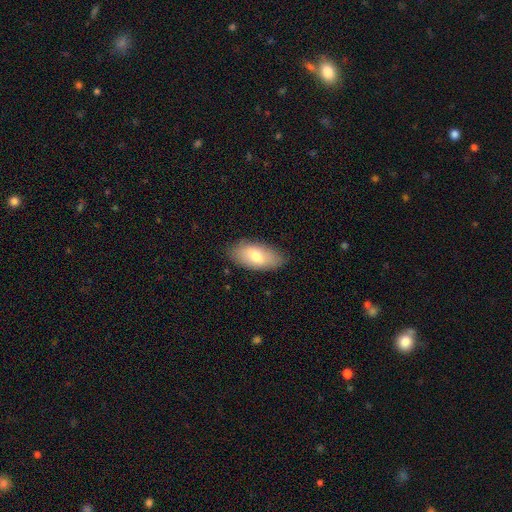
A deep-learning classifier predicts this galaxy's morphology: This is likely a smooth galaxy (72%). How rounded: clearly in between (91%). Merging: clearly none (83%).